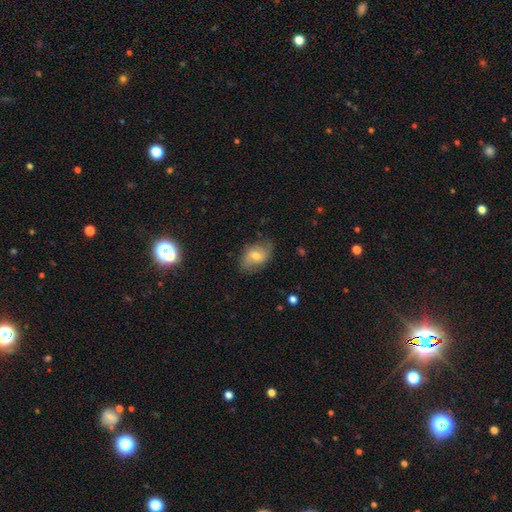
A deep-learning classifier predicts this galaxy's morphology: smooth-or-featured: smooth: 60% | featured or disk: 32% | star or artifact: 8%
  how-rounded: in between: 84% | round: 14% | cigar-shaped: 2%
  merging: none: 73% | minor disturbance: 20% | major disturbance: 6% | merger: 1%